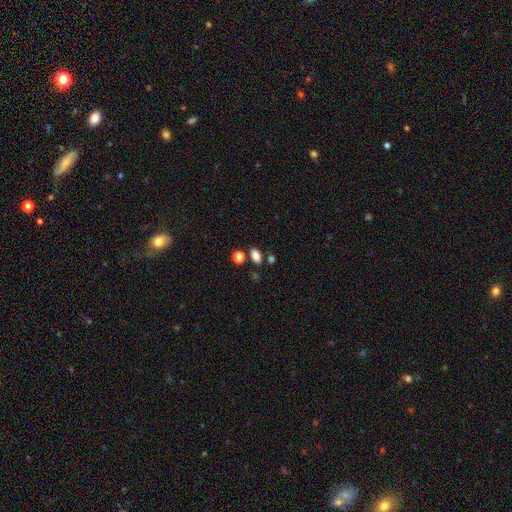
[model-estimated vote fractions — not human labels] Smooth or featured: smooth — 83% (star or artifact — 11%)
How rounded: in between — 86% (round — 11%)
Merging: none — 78% (minor disturbance — 10%)